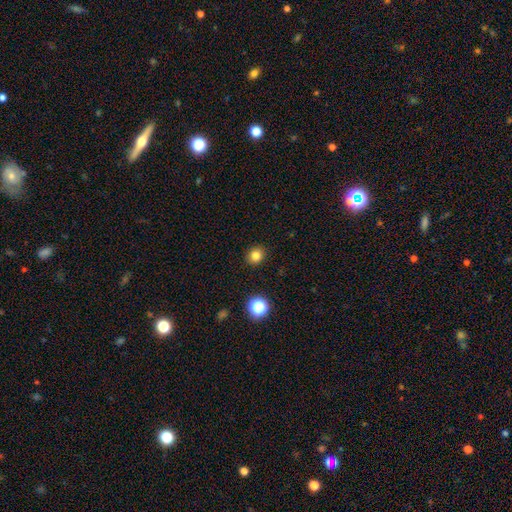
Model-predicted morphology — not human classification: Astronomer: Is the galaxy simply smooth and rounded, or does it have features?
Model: smooth — 80%.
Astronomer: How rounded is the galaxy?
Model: round — 74%.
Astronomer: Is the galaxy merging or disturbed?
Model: none — 90%.